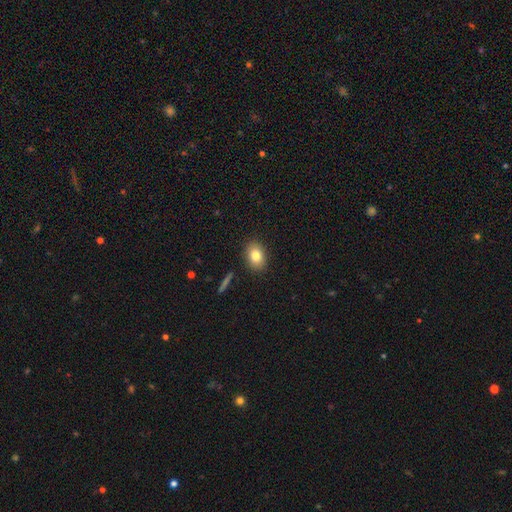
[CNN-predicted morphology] Smooth or featured? smooth (80%)
How rounded? in between (77%)
Merging? none (88%)